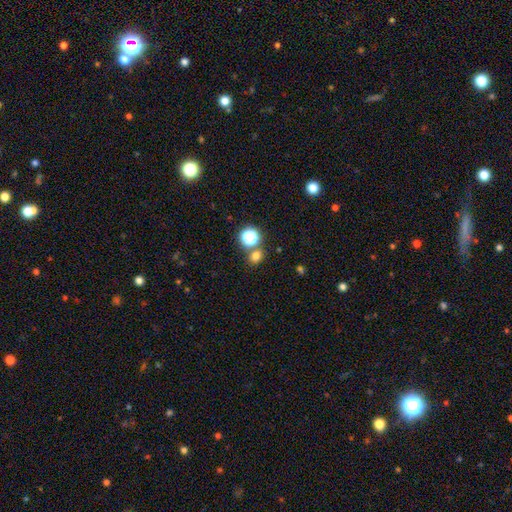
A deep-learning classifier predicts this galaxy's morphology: Smooth or featured?
  - smooth: 72% *
  - star or artifact: 21%
  - featured or disk: 6%
How rounded?
  - round: 74% *
  - in between: 25%
  - cigar-shaped: 1%
Merging?
  - none: 70% *
  - merger: 19%
  - minor disturbance: 8%
  - major disturbance: 3%